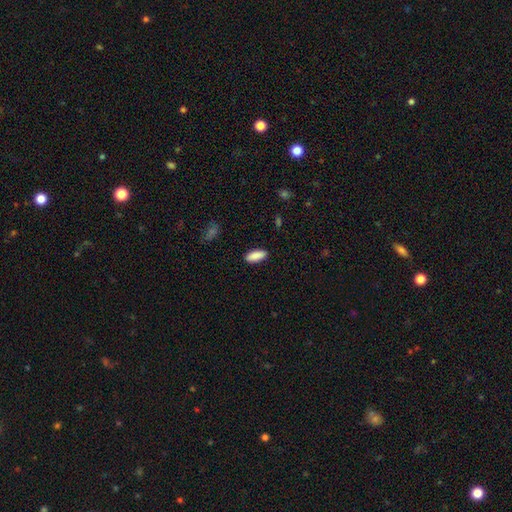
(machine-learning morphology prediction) This is clearly a smooth galaxy (90%). How rounded: likely in between (77%). Merging: clearly none (89%).